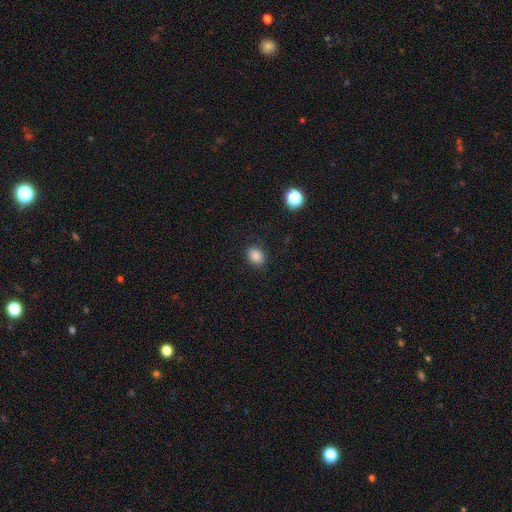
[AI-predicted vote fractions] Q: Smooth or featured?
A: smooth (85%); runner-up: star or artifact (11%)
Q: How rounded?
A: round (52%); runner-up: in between (47%)
Q: Merging?
A: none (86%); runner-up: minor disturbance (10%)